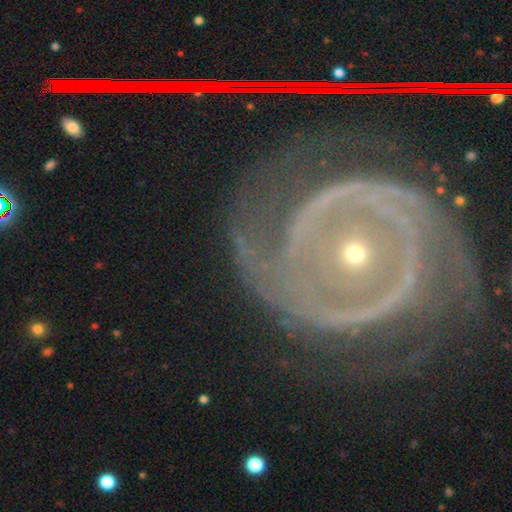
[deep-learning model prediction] Q: Smooth or featured?
A: featured or disk (83%); runner-up: star or artifact (9%)
Q: Edge-on disk?
A: no (96%); runner-up: yes (4%)
Q: Bar?
A: no (60%); runner-up: weak (20%)
Q: Spiral arms?
A: yes (88%); runner-up: no (12%)
Q: Spiral winding?
A: tight (69%); runner-up: medium (24%)
Q: Spiral arm count?
A: 2 (51%); runner-up: can't tell (16%)
Q: Bulge size?
A: small (68%); runner-up: moderate (27%)
Q: Merging?
A: none (71%); runner-up: minor disturbance (16%)